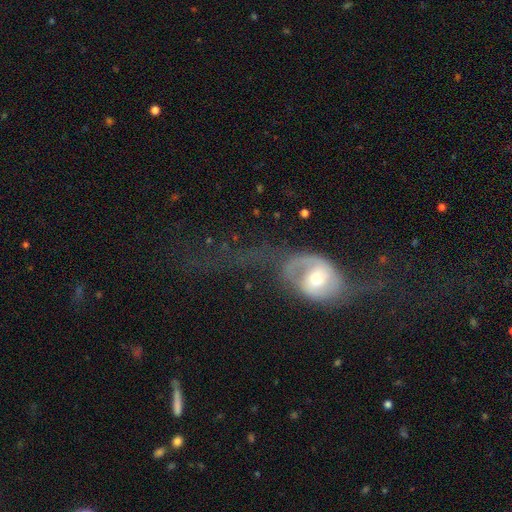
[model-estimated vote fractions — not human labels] Q: Smooth or featured?
A: featured or disk (75%); runner-up: smooth (15%)
Q: Edge-on disk?
A: no (92%); runner-up: yes (8%)
Q: Bar?
A: no (52%); runner-up: weak (33%)
Q: Spiral arms?
A: yes (80%); runner-up: no (20%)
Q: Spiral winding?
A: loose (74%); runner-up: medium (19%)
Q: Spiral arm count?
A: 2 (79%); runner-up: 1 (11%)
Q: Bulge size?
A: moderate (58%); runner-up: small (24%)
Q: Merging?
A: major disturbance (50%); runner-up: none (30%)